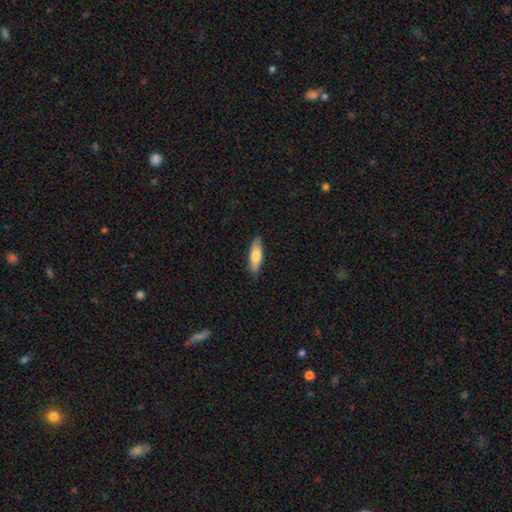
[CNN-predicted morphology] smooth 75%, featured or disk 20%, star or artifact 6%. Down the decision tree: how rounded — cigar-shaped (53%); merging — none (88%).